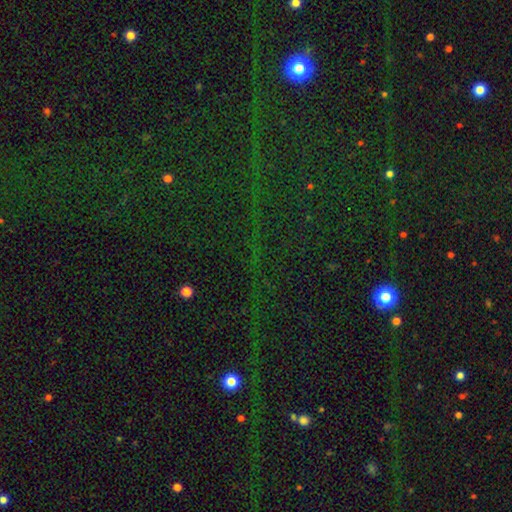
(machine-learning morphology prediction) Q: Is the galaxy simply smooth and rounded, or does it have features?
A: star or artifact — 78%.